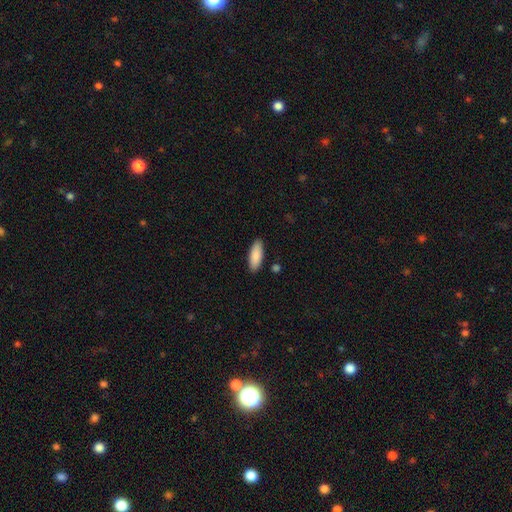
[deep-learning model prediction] smooth_or_featured: smooth (p=0.88) [alt: featured or disk p=0.06]
how_rounded: in between (p=0.73) [alt: cigar-shaped p=0.26]
merging: none (p=0.87) [alt: minor disturbance p=0.09]